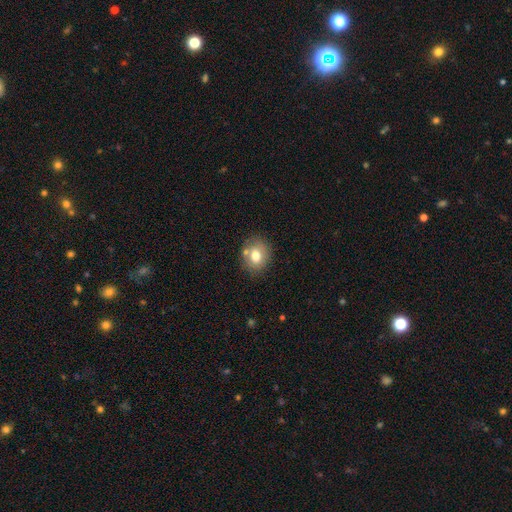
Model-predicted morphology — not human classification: A smooth galaxy with no disk features (73%) that is round (61%). Merging: none (71%).